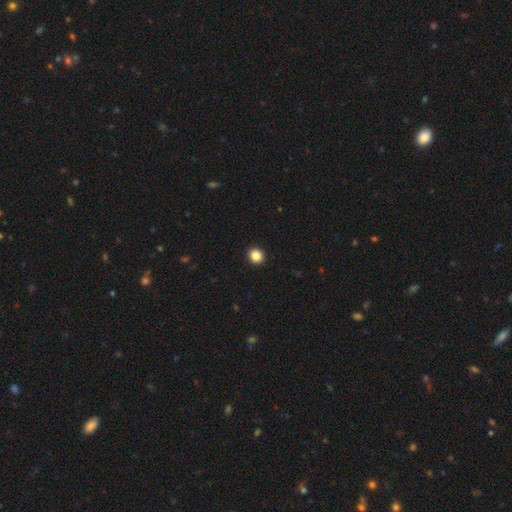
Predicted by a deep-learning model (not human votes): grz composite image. It shows a smooth galaxy with no disk features (86%) that is round (86%). Merging: none (94%).